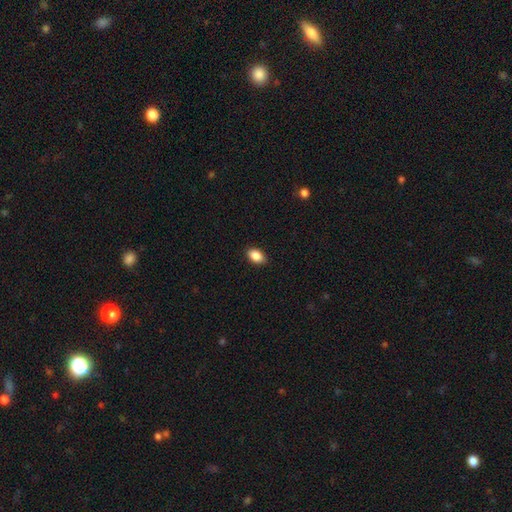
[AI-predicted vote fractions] smooth 88%, star or artifact 7%, featured or disk 4%. Down the decision tree: how rounded — in between (90%); merging — none (89%).